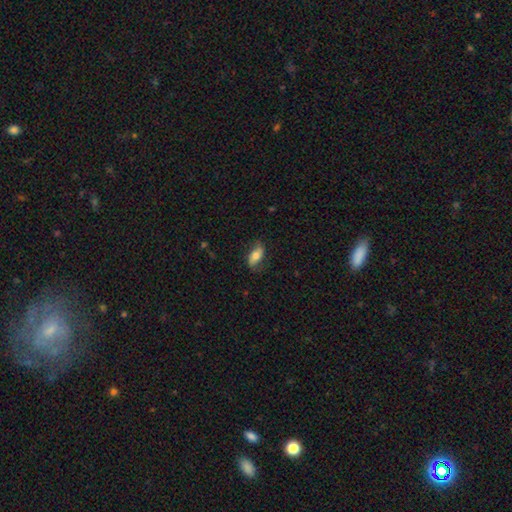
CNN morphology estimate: smooth-or-featured: smooth: 61% | featured or disk: 32% | star or artifact: 7%
  how-rounded: in between: 85% | cigar-shaped: 10% | round: 5%
  merging: none: 73% | minor disturbance: 20% | major disturbance: 7% | merger: 1%